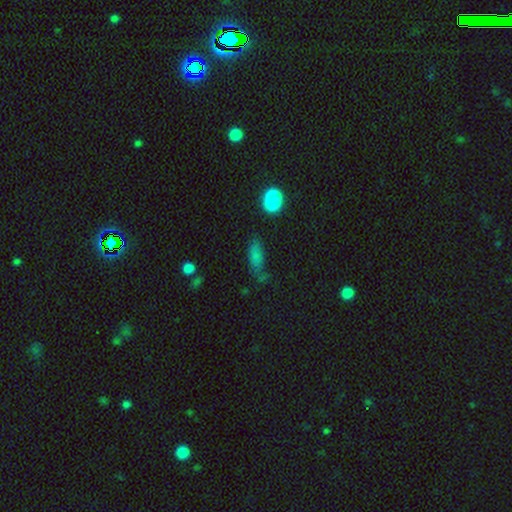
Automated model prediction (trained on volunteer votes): Morphology: type=smooth (74%); roundness=in between (68%); merging=none (54%).